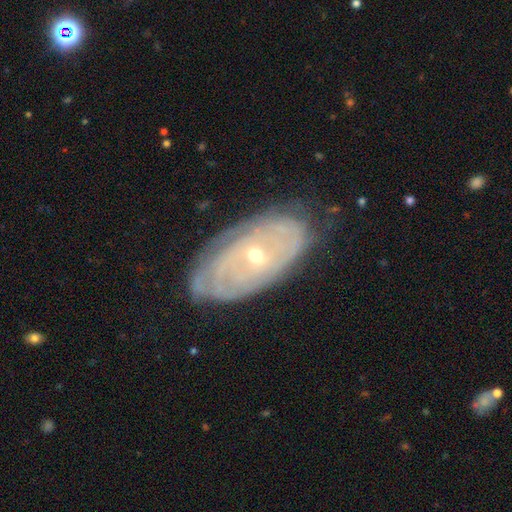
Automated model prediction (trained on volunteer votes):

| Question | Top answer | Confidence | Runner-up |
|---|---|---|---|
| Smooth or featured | featured or disk | 77% | smooth (16%) |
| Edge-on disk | no | 92% | yes (8%) |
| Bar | no | 67% | weak (25%) |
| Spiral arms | yes | 81% | no (19%) |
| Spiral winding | tight | 77% | medium (17%) |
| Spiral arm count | can't tell | 58% | 2 (16%) |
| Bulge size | small | 59% | moderate (39%) |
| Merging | none | 72% | minor disturbance (20%) |